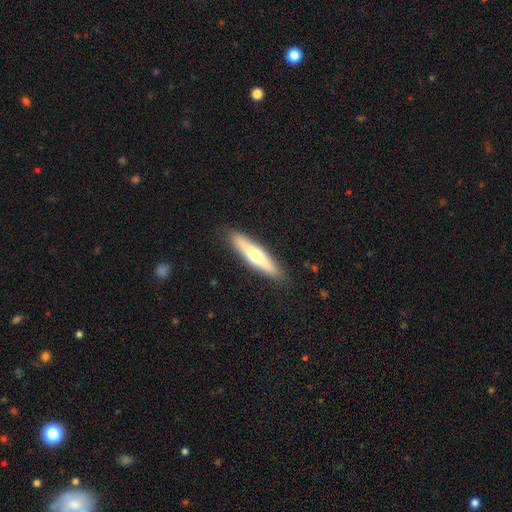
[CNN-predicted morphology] A smooth galaxy with no disk features (50%).

Vote fractions:
- Smooth or featured? smooth: 50% / featured or disk: 45% / star or artifact: 5%
- Merging? none: 88% / minor disturbance: 9% / major disturbance: 2% / merger: 1%